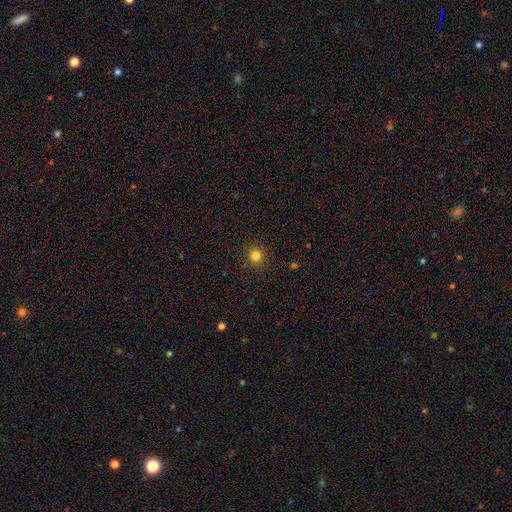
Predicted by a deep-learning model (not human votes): A smooth galaxy with no disk features (82%) that is round (94%).

Vote fractions:
- Smooth or featured? smooth: 82% / star or artifact: 13% / featured or disk: 5%
- How rounded? round: 94% / in between: 5% / cigar-shaped: 1%
- Merging? none: 91% / minor disturbance: 6% / major disturbance: 2% / merger: 1%